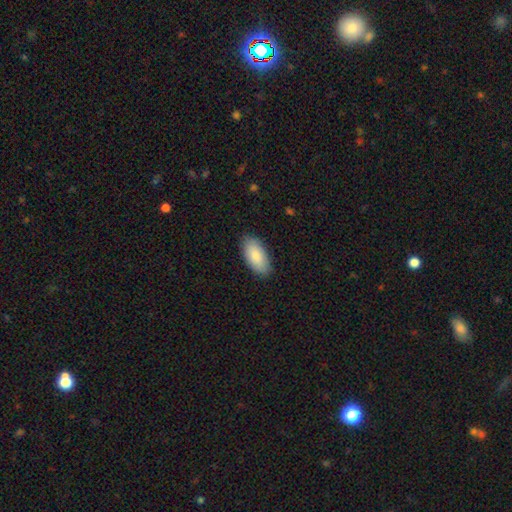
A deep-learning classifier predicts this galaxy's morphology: Smooth or featured: smooth — 87% (featured or disk — 8%)
How rounded: in between — 94% (cigar-shaped — 4%)
Merging: none — 87% (minor disturbance — 10%)